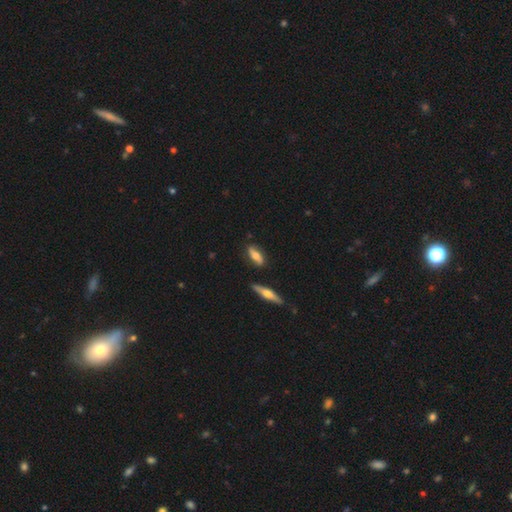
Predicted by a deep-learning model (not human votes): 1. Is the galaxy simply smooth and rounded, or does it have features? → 59% smooth, 34% featured or disk, 7% star or artifact.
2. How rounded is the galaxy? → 64% in between, 33% cigar-shaped, 3% round.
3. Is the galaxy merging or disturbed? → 82% none, 12% minor disturbance, 3% merger, 2% major disturbance.